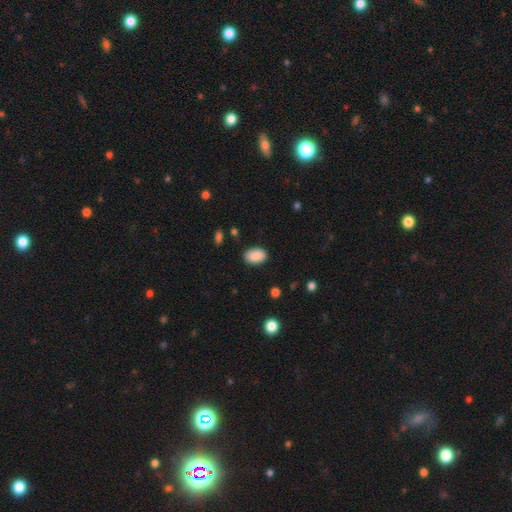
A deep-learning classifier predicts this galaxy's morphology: A smooth galaxy with no disk features (89%) that is in between round and cigar-shaped (89%). Merging: none (86%).